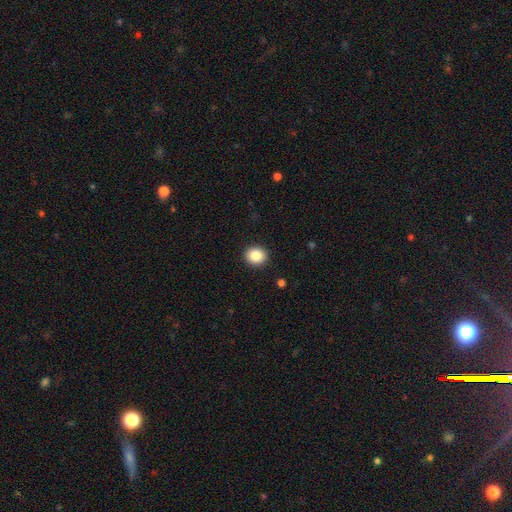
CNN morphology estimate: type=smooth (86%); roundness=round (84%); merging=none (92%).